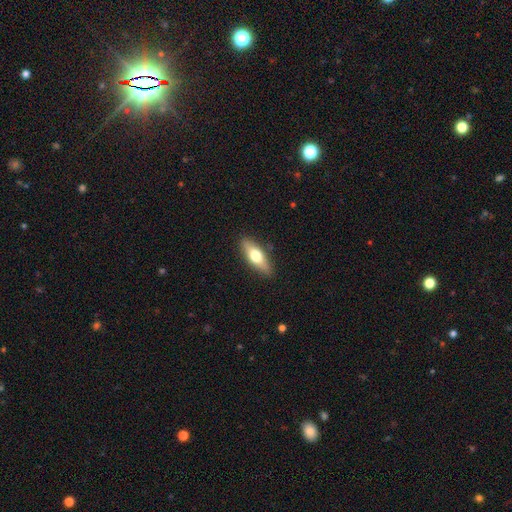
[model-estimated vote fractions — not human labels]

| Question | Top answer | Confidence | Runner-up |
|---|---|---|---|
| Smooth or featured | smooth | 60% | featured or disk (34%) |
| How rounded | in between | 58% | cigar-shaped (39%) |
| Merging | none | 87% | minor disturbance (9%) |